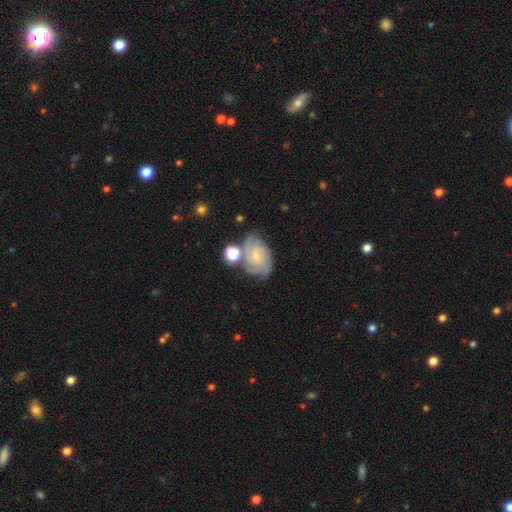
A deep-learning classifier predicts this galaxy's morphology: A featured or disk galaxy (74%) with no bar (69%), 2 (32%) tight (65%) spiral arms (95%) and a small central bulge (74%).

Vote fractions:
- Smooth or featured? featured or disk: 74% / smooth: 18% / star or artifact: 8%
- Edge-on disk? no: 97% / yes: 3%
- Bar? no: 69% / weak: 27% / strong: 4%
- Spiral arms? yes: 95% / no: 5%
- Spiral winding? tight: 65% / medium: 29% / loose: 6%
- Spiral arm count? 2: 32% / can't tell: 26% / 3: 24% / 4: 9% / more than 4: 5% / 1: 5%
- Bulge size? small: 74% / moderate: 19% / none: 5% / large: 1% / dominant: 1%
- Merging? none: 62% / minor disturbance: 18% / merger: 13% / major disturbance: 6%